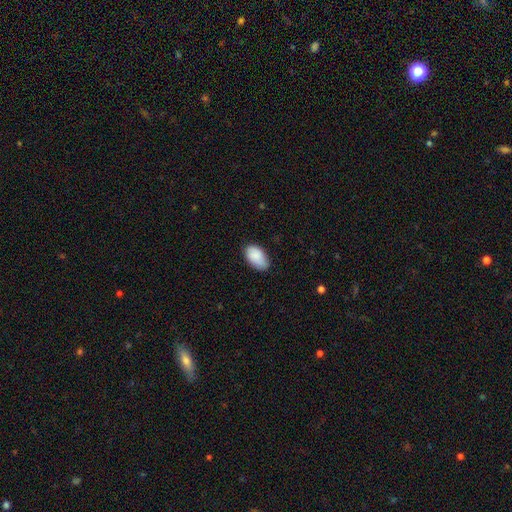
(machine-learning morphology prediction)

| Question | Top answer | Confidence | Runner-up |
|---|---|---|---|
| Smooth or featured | smooth | 87% | featured or disk (6%) |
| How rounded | in between | 94% | round (5%) |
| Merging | none | 71% | minor disturbance (24%) |